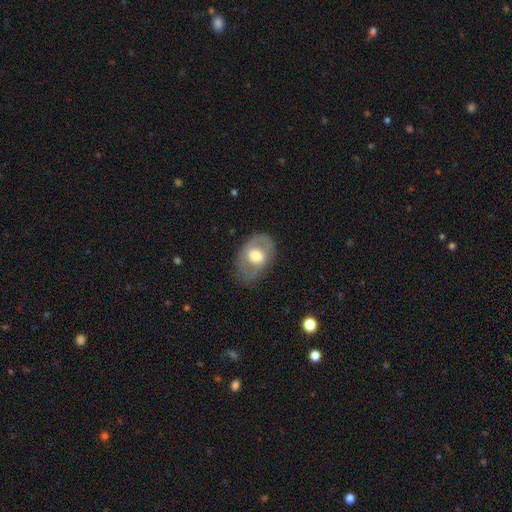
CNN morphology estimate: featured or disk 47%, smooth 46%, star or artifact 6%. Down the decision tree: merging — none (65%).